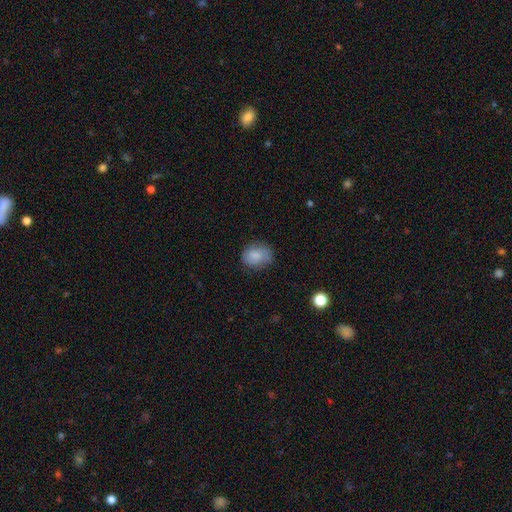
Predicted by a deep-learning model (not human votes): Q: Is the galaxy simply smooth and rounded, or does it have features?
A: smooth — 81%.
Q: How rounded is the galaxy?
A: in between — 58%.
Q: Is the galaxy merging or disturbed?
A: none — 70%.